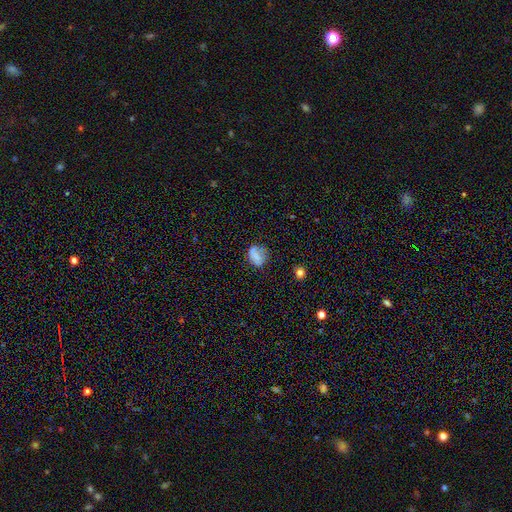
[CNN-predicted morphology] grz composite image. It shows a smooth galaxy with no disk features (66%) that is round (59%). Merging: none (59%).